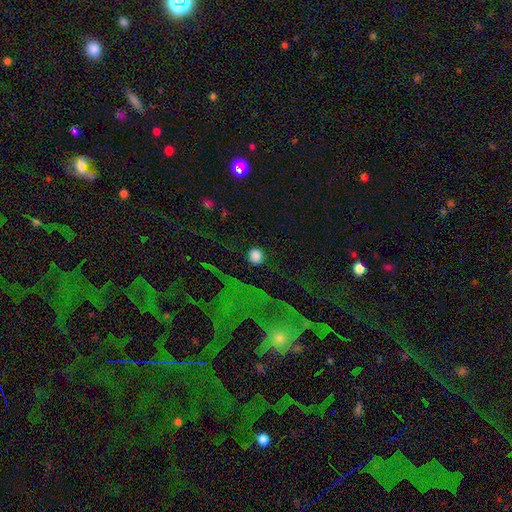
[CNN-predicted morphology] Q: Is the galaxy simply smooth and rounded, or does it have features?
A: smooth — 81%.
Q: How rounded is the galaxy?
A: round — 94%.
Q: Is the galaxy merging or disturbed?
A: none — 89%.